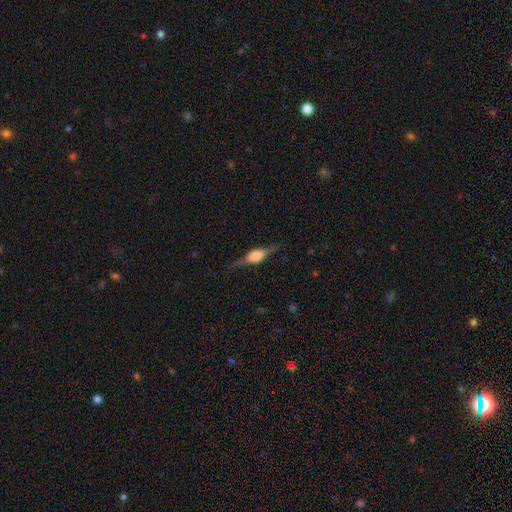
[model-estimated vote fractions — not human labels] Overall: featured or disk (69%). Edge-on disk: yes (95%). Edge-on bulge: rounded (74%). Merging: none (79%).